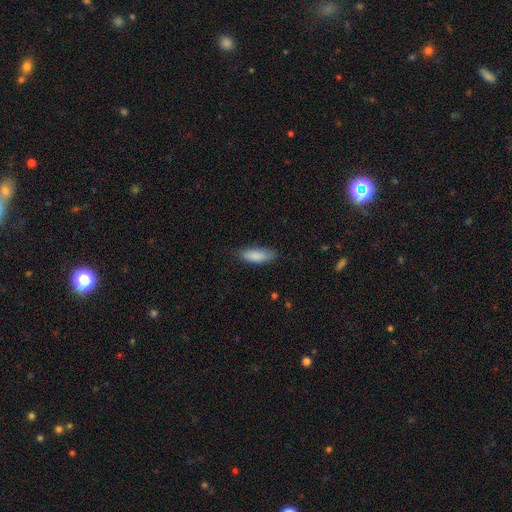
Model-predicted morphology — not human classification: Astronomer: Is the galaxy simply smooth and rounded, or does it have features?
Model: smooth — 87%.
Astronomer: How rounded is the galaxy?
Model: in between — 68%.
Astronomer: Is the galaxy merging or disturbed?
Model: none — 78%.